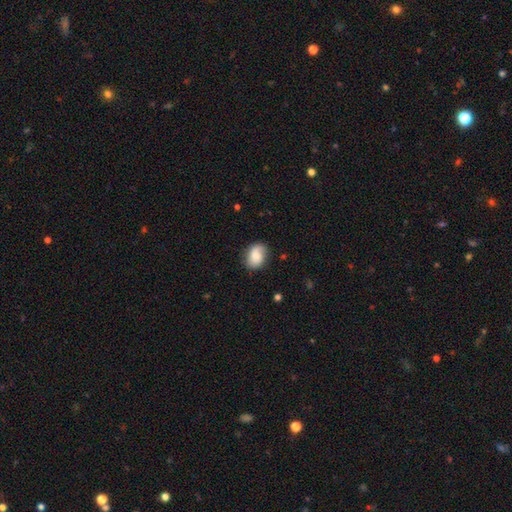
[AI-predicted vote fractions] smooth 66%, featured or disk 26%, star or artifact 8%. Down the decision tree: how rounded — in between (68%); merging — none (72%).